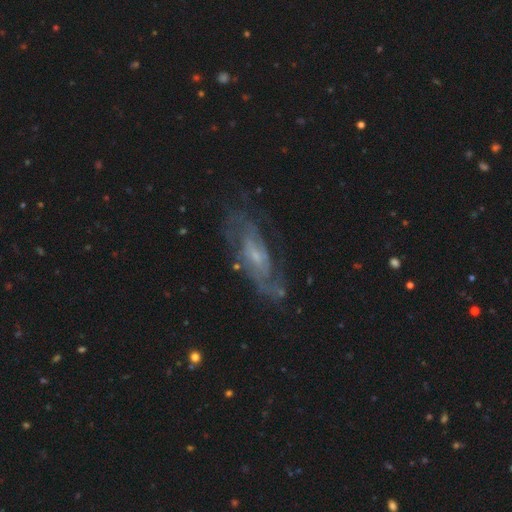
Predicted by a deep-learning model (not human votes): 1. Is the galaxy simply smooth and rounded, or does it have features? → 80% featured or disk, 13% smooth, 7% star or artifact.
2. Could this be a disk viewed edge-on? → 88% no, 12% yes.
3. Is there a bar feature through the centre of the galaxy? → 46% no, 43% weak, 11% strong.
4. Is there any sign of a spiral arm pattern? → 89% yes, 11% no.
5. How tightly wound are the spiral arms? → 44% medium, 38% tight, 19% loose.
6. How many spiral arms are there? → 50% 2, 31% can't tell, 8% 3, 4% 1, 3% 4, 3% more than 4.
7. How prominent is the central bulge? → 64% small, 22% moderate, 11% none, 2% large, 1% dominant.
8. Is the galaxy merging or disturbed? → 68% none, 18% minor disturbance, 11% major disturbance, 2% merger.